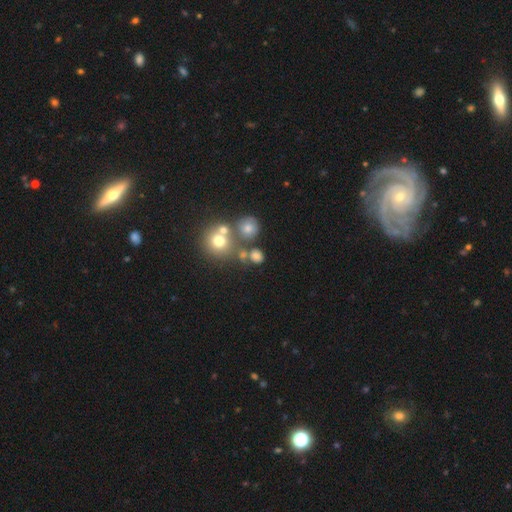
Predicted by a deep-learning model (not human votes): smooth_or_featured: smooth (p=0.72) [alt: star or artifact p=0.16]
how_rounded: round (p=0.75) [alt: in between p=0.23]
merging: none (p=0.57) [alt: merger p=0.25]